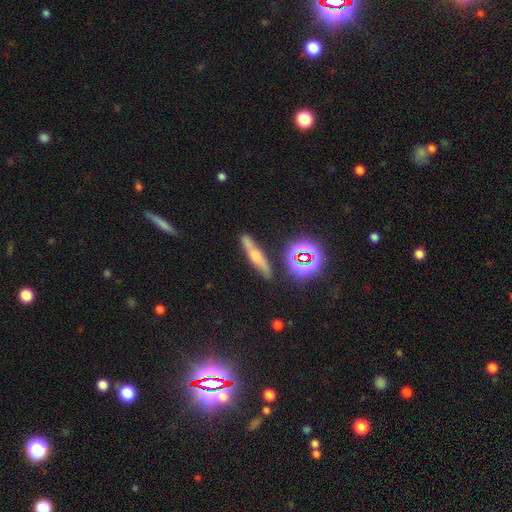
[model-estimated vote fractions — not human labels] The model was most divided on "smooth or featured": featured or disk: 40%, smooth: 35%, star or artifact: 25%. More confident: merging — none (76%).